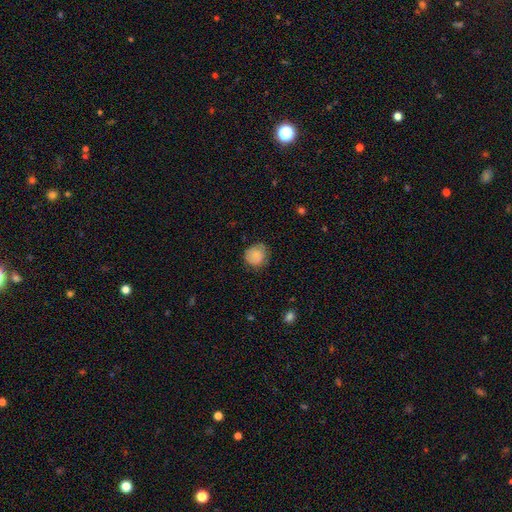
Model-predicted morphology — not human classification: Smooth or featured? smooth (74%)
How rounded? round (81%)
Merging? none (69%)